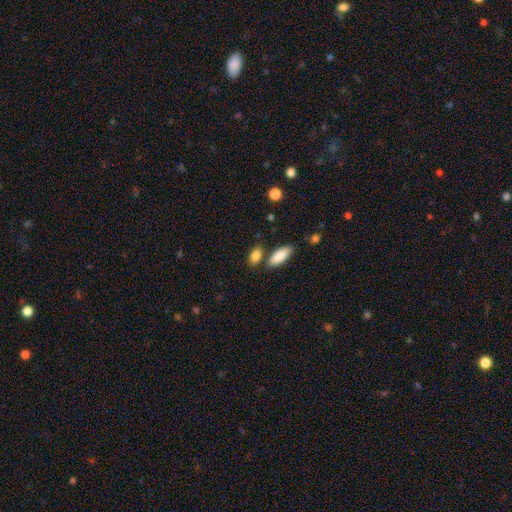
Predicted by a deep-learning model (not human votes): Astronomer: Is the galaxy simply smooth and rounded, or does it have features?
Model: smooth — 86%.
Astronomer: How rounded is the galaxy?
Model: in between — 83%.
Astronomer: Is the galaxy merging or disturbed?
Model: none — 66%.